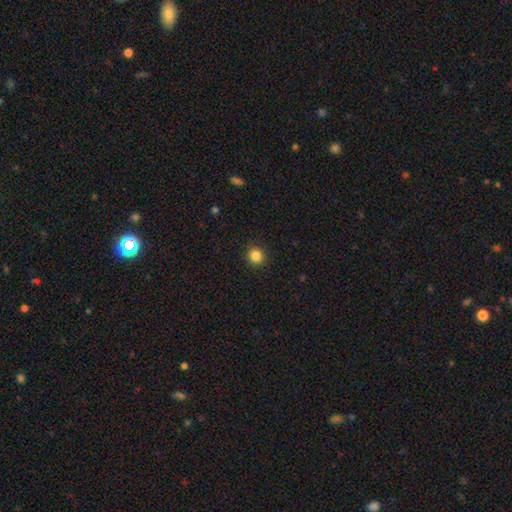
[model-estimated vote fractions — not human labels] Smooth or featured? smooth (85%)
How rounded? round (93%)
Merging? none (92%)